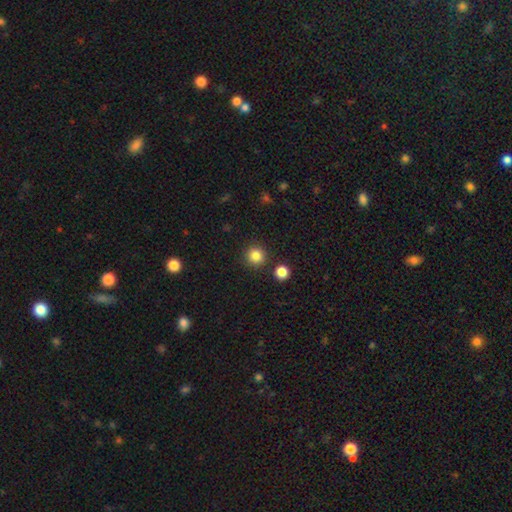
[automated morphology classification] smooth_or_featured: smooth (p=0.84) [alt: star or artifact p=0.12]
how_rounded: round (p=0.94) [alt: in between p=0.05]
merging: none (p=0.89) [alt: minor disturbance p=0.05]